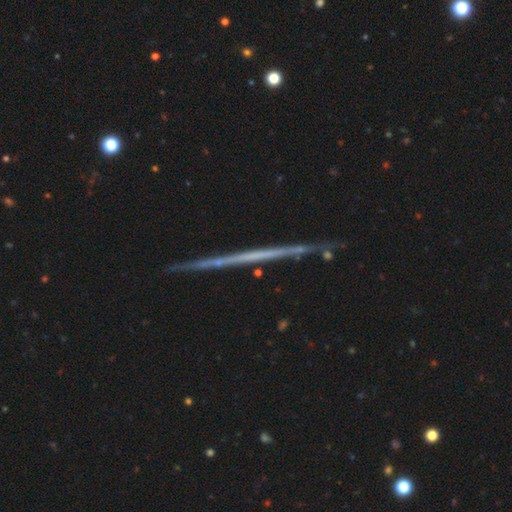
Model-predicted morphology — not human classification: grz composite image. It shows a featured or disk galaxy (69%) viewed edge-on (98%) with no central bulge (93%). Merging: none (89%).